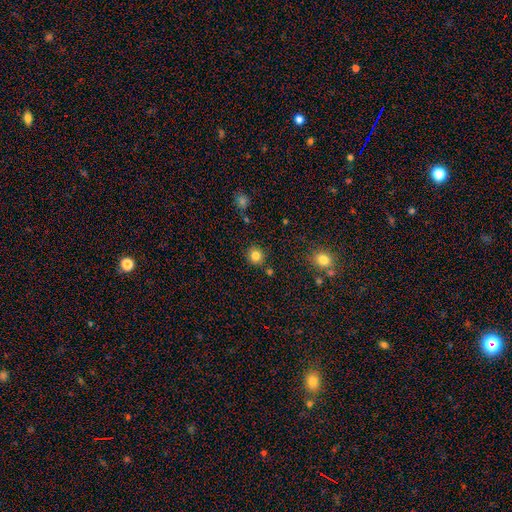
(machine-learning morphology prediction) A smooth galaxy with no disk features (83%) that is round (90%).

Vote fractions:
- Smooth or featured? smooth: 83% / star or artifact: 12% / featured or disk: 6%
- How rounded? round: 90% / in between: 9% / cigar-shaped: 1%
- Merging? none: 88% / minor disturbance: 7% / merger: 3% / major disturbance: 2%